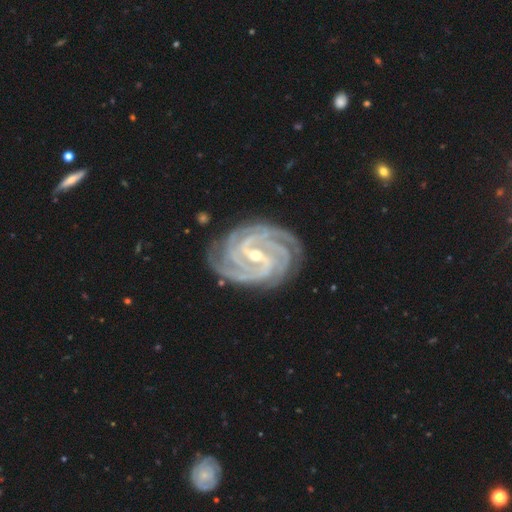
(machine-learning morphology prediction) Smooth or featured? featured or disk (94%)
Edge-on disk? no (98%)
Bar? strong (47%)
Spiral arms? yes (99%)
Spiral winding? tight (78%)
Spiral arm count? 4 (41%)
Bulge size? small (57%)
Merging? none (83%)